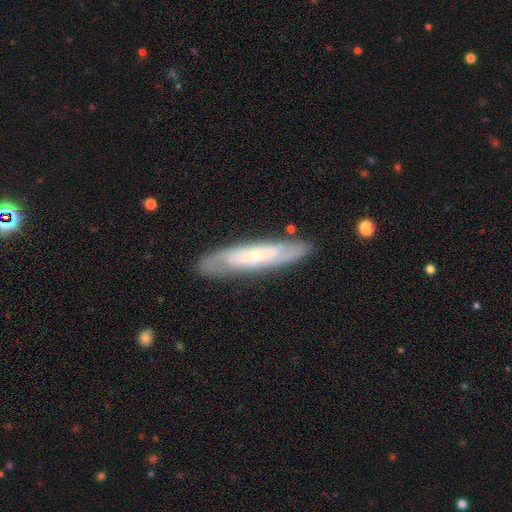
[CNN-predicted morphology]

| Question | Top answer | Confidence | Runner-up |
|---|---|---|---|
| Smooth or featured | featured or disk | 64% | smooth (30%) |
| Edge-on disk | no | 57% | yes (43%) |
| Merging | none | 83% | minor disturbance (13%) |